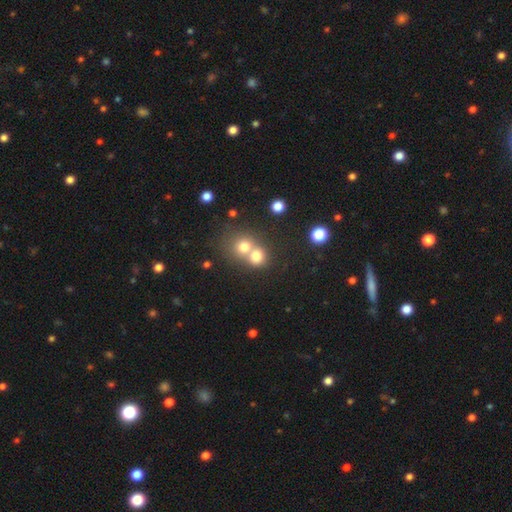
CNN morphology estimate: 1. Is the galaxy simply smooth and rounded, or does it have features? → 73% smooth, 14% star or artifact, 13% featured or disk.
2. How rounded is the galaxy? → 79% round, 20% in between, 1% cigar-shaped.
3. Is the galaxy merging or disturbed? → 60% merger, 32% none, 5% minor disturbance, 3% major disturbance.